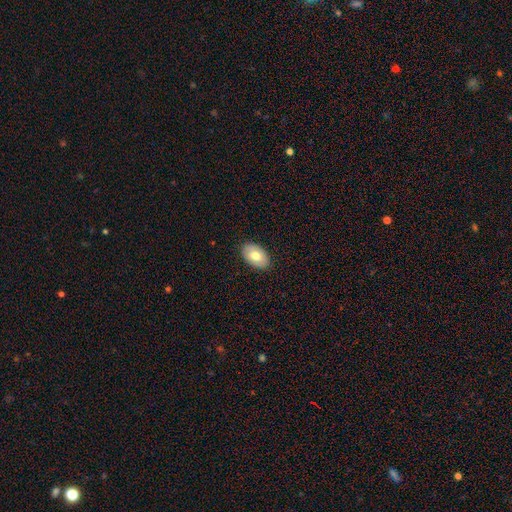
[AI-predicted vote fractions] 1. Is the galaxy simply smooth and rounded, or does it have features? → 70% smooth, 24% featured or disk, 6% star or artifact.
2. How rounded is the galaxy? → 90% in between, 8% round, 1% cigar-shaped.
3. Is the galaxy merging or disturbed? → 88% none, 9% minor disturbance, 2% major disturbance, 1% merger.